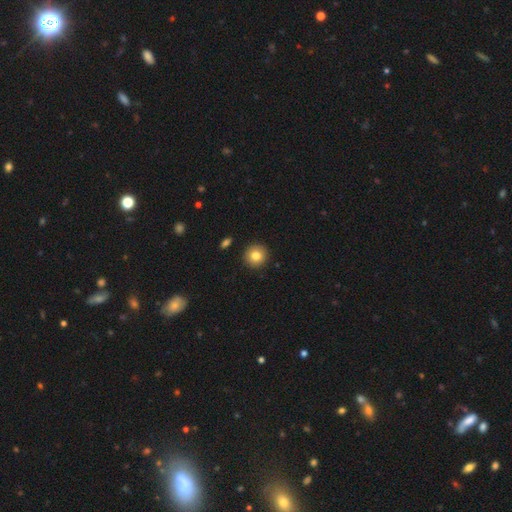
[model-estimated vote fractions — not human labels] Smooth or featured?
  - smooth: 82% *
  - star or artifact: 9%
  - featured or disk: 9%
How rounded?
  - round: 94% *
  - in between: 5%
  - cigar-shaped: 1%
Merging?
  - none: 92% *
  - minor disturbance: 5%
  - major disturbance: 2%
  - merger: 1%